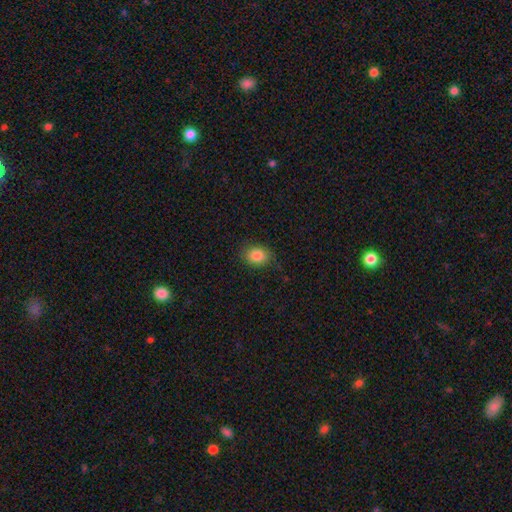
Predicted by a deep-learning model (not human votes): A smooth galaxy with no disk features (85%) that is in between round and cigar-shaped (55%). Merging: none (83%).